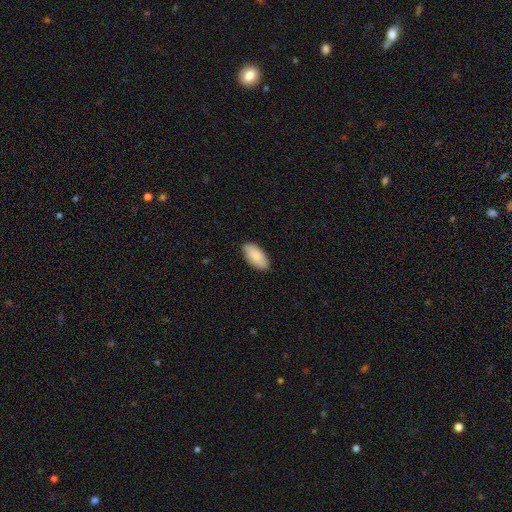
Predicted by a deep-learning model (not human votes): Smooth or featured? Predicted: smooth (p=0.86). How rounded? Predicted: in between (p=0.94). Merging? Predicted: none (p=0.86).